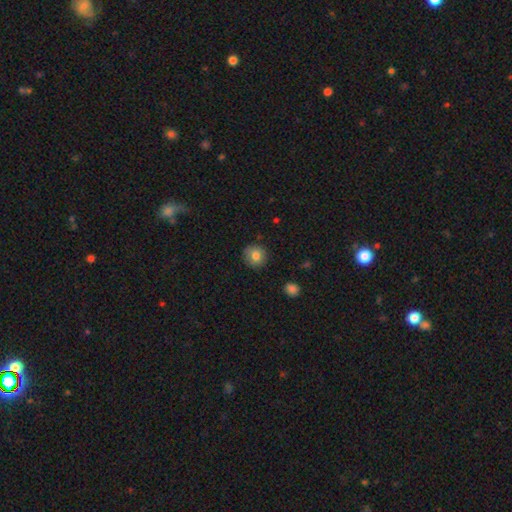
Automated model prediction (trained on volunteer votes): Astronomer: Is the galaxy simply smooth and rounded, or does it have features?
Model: smooth — 82%.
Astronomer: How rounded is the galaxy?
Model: round — 89%.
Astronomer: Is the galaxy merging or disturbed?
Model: none — 86%.